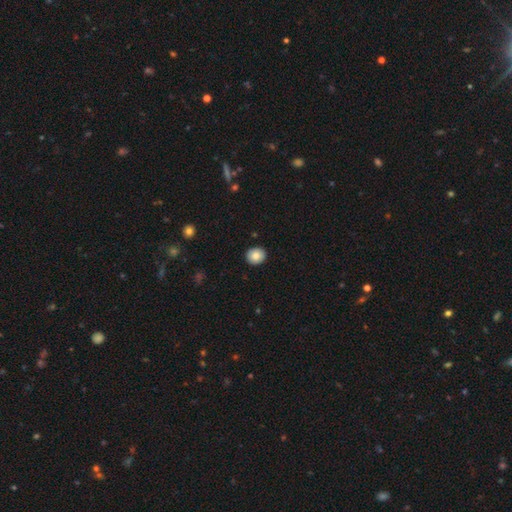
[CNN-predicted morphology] Smooth or featured? Predicted: smooth (p=0.85). How rounded? Predicted: round (p=0.79). Merging? Predicted: none (p=0.91).